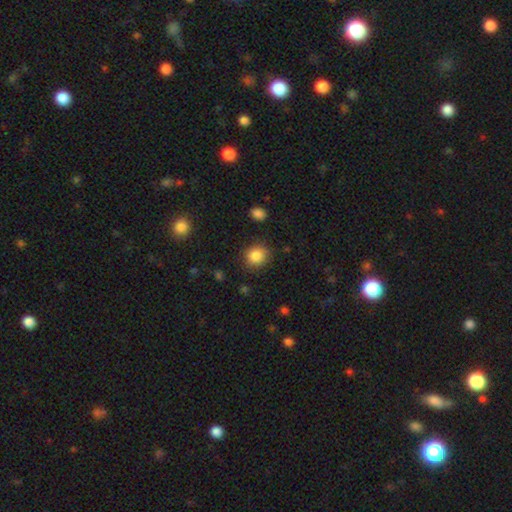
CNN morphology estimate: smooth-or-featured: smooth: 86% | star or artifact: 10% | featured or disk: 5%
  how-rounded: round: 79% | in between: 20% | cigar-shaped: 1%
  merging: none: 82% | minor disturbance: 13% | major disturbance: 3% | merger: 2%